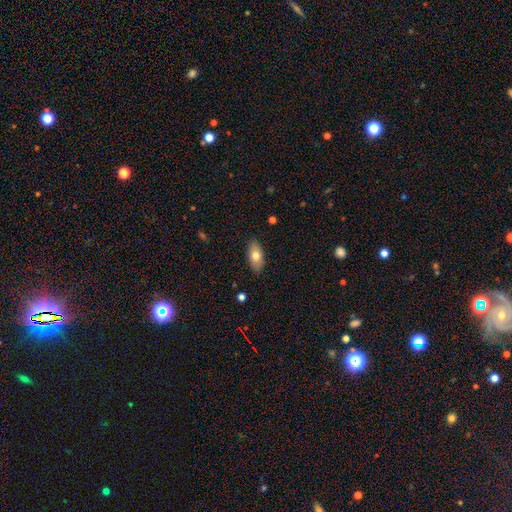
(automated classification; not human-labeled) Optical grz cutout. It shows a smooth galaxy with no disk features (75%) that is in between round and cigar-shaped (89%). Merging: none (87%).